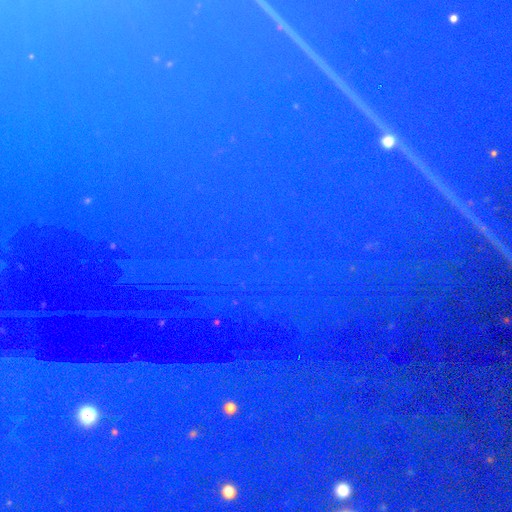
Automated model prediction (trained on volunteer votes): A star or artifact, not a galaxy (86%).